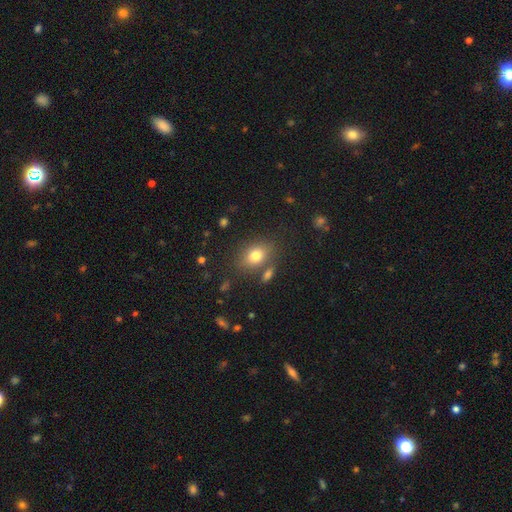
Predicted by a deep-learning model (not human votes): A smooth galaxy with no disk features (77%) that is in between round and cigar-shaped (62%). Merging: none (73%).